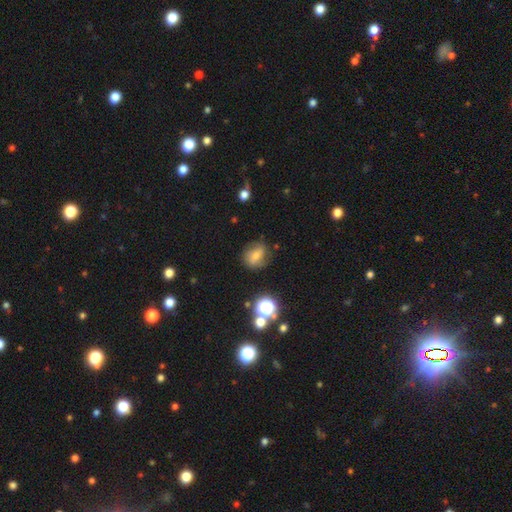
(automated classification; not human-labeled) Smooth or featured? smooth (47%)
Merging? none (69%)